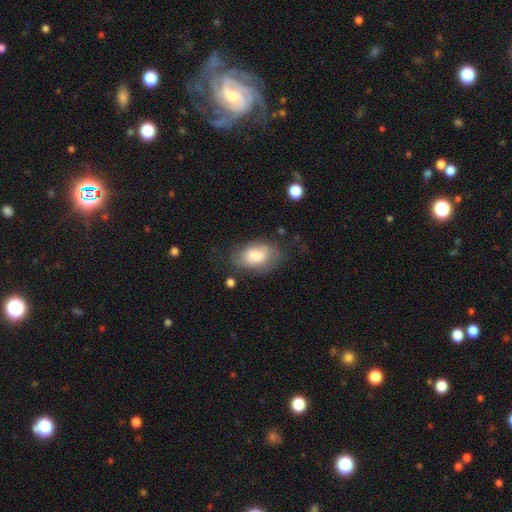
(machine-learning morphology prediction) Overall: smooth (79%). How rounded: in between (90%). Merging: none (59%; minor disturbance 26%).